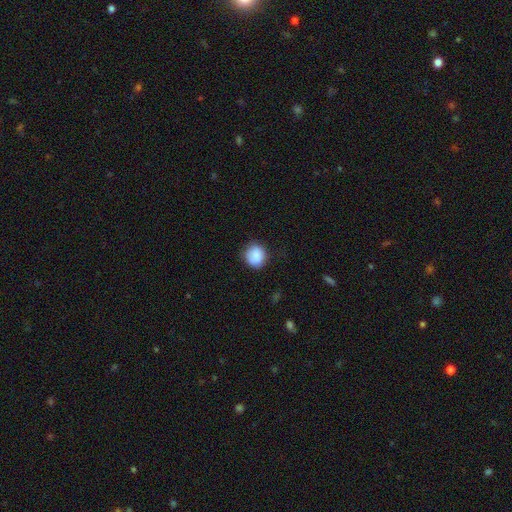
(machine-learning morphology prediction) type=smooth (88%); roundness=round (77%); merging=none (78%).